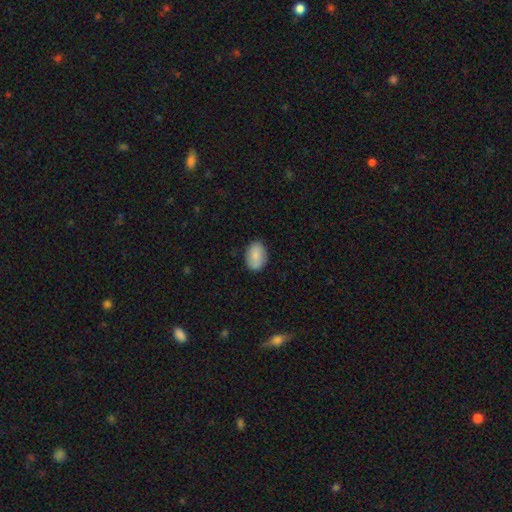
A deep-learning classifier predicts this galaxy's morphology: Overall: smooth (81%). How rounded: in between (81%). Merging: none (84%).